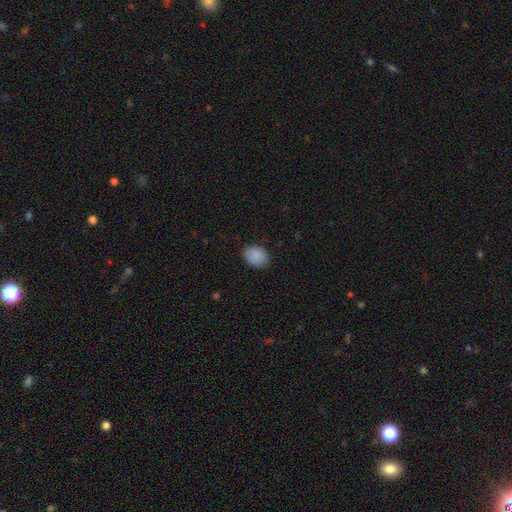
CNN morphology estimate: This appears to be a smooth galaxy with no disk features (89%) that is in between round and cigar-shaped (62%). Merging: none (83%).